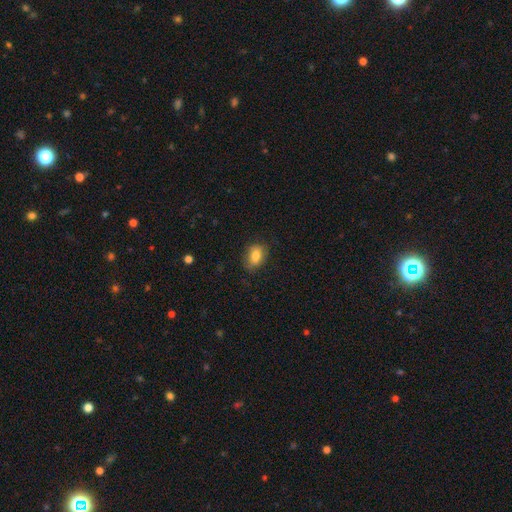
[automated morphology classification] A smooth galaxy with no disk features (79%) that is in between round and cigar-shaped (77%).

Vote fractions:
- Smooth or featured? smooth: 79% / featured or disk: 13% / star or artifact: 8%
- How rounded? in between: 77% / round: 21% / cigar-shaped: 2%
- Merging? none: 76% / minor disturbance: 19% / major disturbance: 4% / merger: 1%